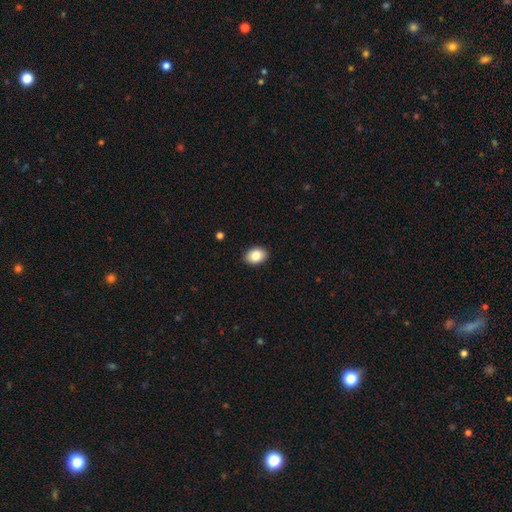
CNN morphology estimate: A smooth galaxy with no disk features (85%) that is in between round and cigar-shaped (80%).

Vote fractions:
- Smooth or featured? smooth: 85% / featured or disk: 8% / star or artifact: 8%
- How rounded? in between: 80% / round: 19% / cigar-shaped: 1%
- Merging? none: 90% / minor disturbance: 8% / major disturbance: 2% / merger: 1%